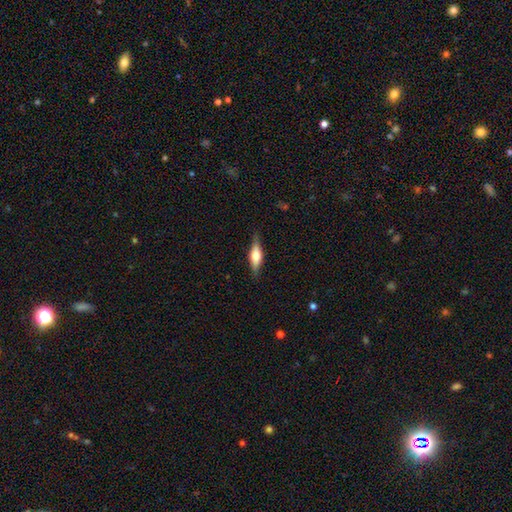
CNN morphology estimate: Smooth or featured? featured or disk (55%)
Edge-on disk? yes (95%)
Edge-on bulge? rounded (84%)
Merging? none (84%)